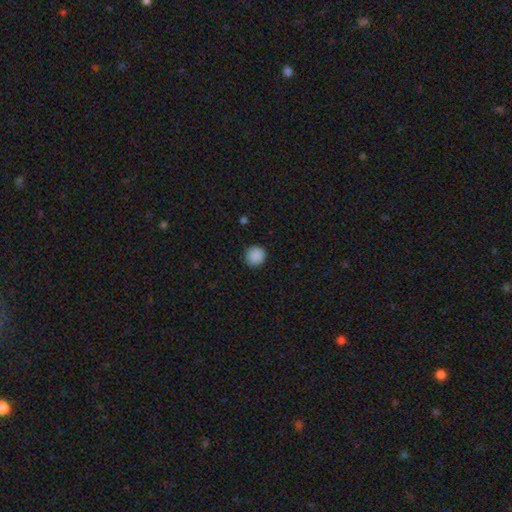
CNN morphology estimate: smooth 89%, star or artifact 8%, featured or disk 2%. Down the decision tree: how rounded — round (93%); merging — none (91%).